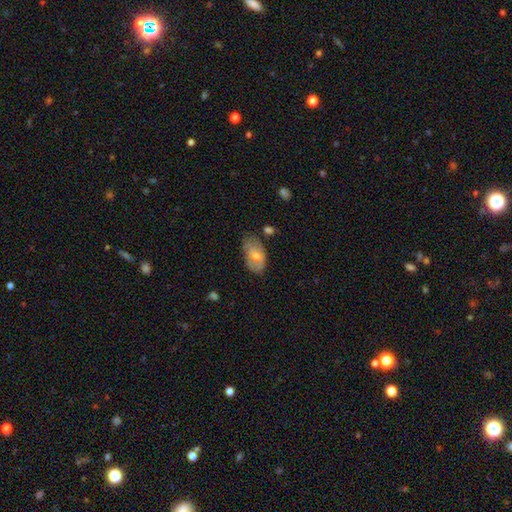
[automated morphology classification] Q: Smooth or featured?
A: smooth (66%); runner-up: featured or disk (27%)
Q: How rounded?
A: in between (92%); runner-up: round (6%)
Q: Merging?
A: none (51%); runner-up: minor disturbance (35%)